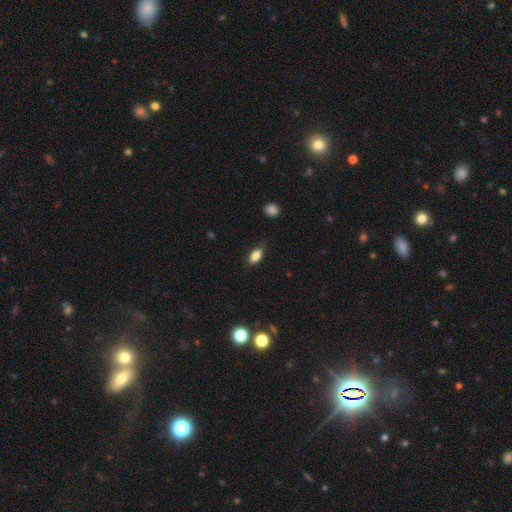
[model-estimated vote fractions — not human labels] Smooth or featured: smooth — 84% (star or artifact — 9%)
How rounded: in between — 88% (cigar-shaped — 7%)
Merging: none — 78% (minor disturbance — 17%)